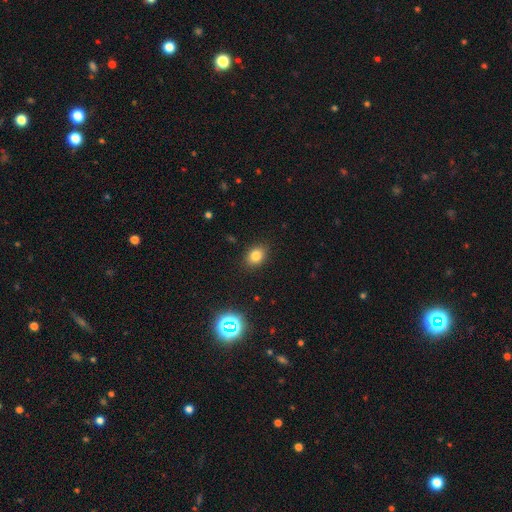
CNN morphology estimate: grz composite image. It shows a smooth galaxy with no disk features (79%) that is in between round and cigar-shaped (57%). Merging: none (87%).